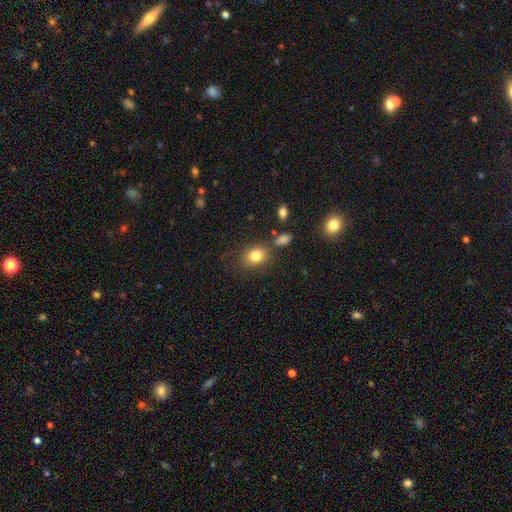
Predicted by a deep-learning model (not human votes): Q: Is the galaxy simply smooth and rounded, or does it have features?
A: smooth — 82%.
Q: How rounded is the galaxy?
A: in between — 57%.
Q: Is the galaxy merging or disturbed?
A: none — 73%.